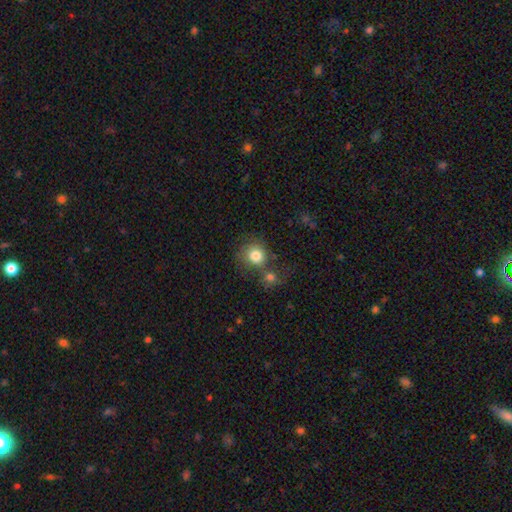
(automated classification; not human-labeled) This is clearly a smooth galaxy (81%). How rounded: clearly round (84%). Merging: possibly none (47%).